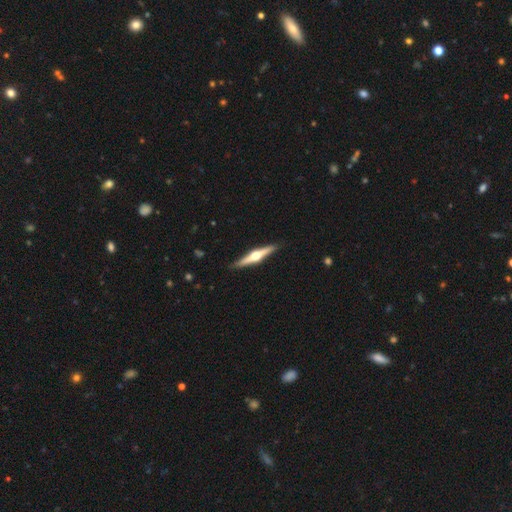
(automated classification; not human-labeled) The model was most divided on "smooth or featured": featured or disk: 77%, smooth: 19%, star or artifact: 4%. More confident: edge-on disk — yes (98%); edge-on bulge — rounded (96%); merging — none (91%).